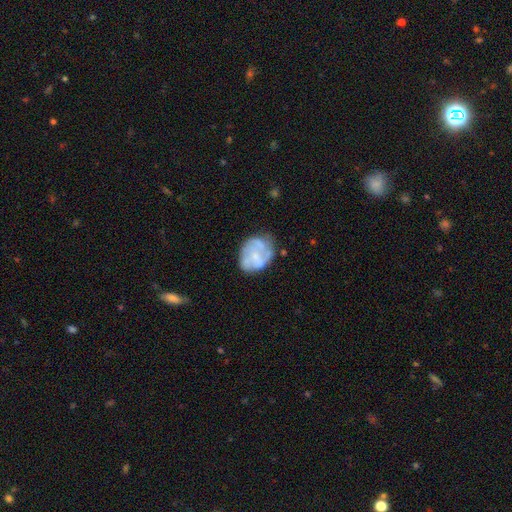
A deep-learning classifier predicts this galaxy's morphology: This is possibly a featured or disk galaxy (60%). It is clearly not viewed edge-on (98%). Bar: likely no (69%). Spiral arm pattern: possibly no (54%). Central bulge: marginally small (37%). Merging: possibly none (54%).